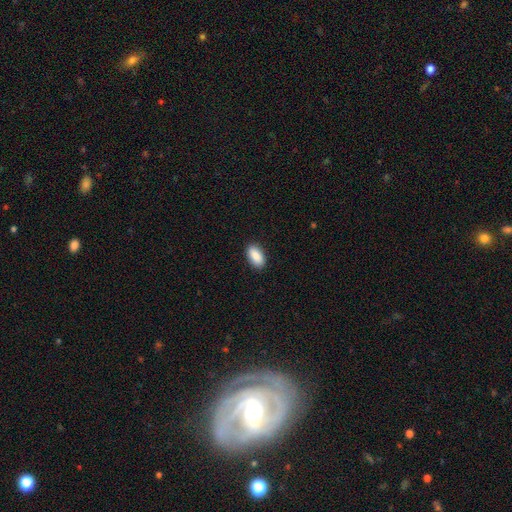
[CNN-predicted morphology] This appears to be a smooth galaxy with no disk features (89%) that is in between round and cigar-shaped (93%). Merging: none (90%).